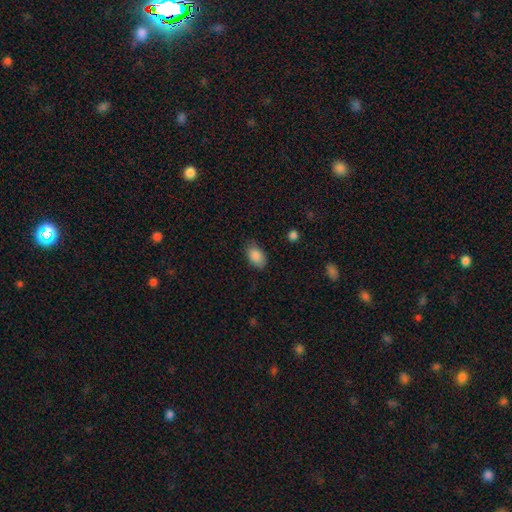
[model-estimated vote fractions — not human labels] Morphology: type=smooth (88%); roundness=in between (90%); merging=none (75%).